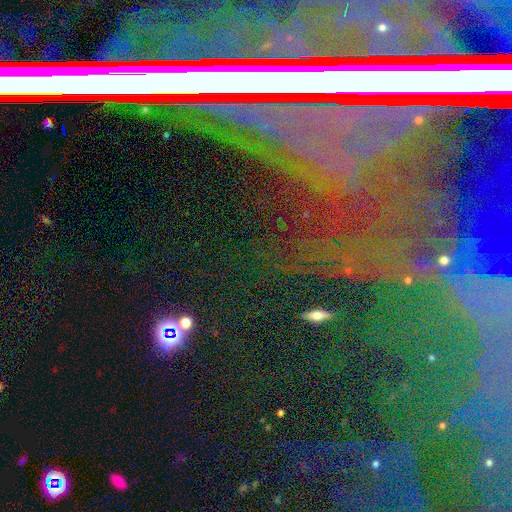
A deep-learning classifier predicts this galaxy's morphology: Q: Smooth or featured?
A: star or artifact (70%); runner-up: featured or disk (17%)